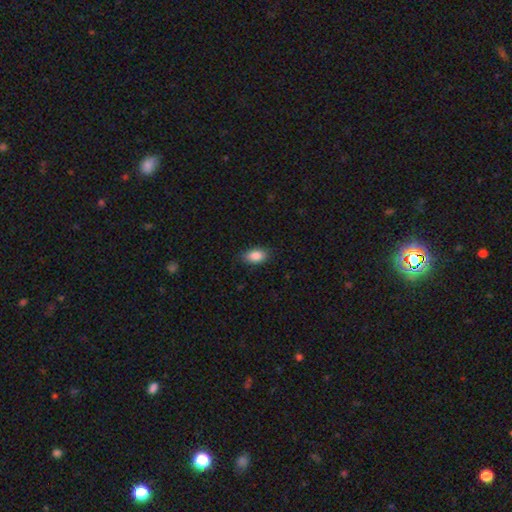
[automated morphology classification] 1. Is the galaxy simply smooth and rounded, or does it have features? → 86% smooth, 8% star or artifact, 6% featured or disk.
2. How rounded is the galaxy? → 91% in between, 7% round, 2% cigar-shaped.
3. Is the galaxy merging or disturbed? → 86% none, 11% minor disturbance, 2% major disturbance, 1% merger.